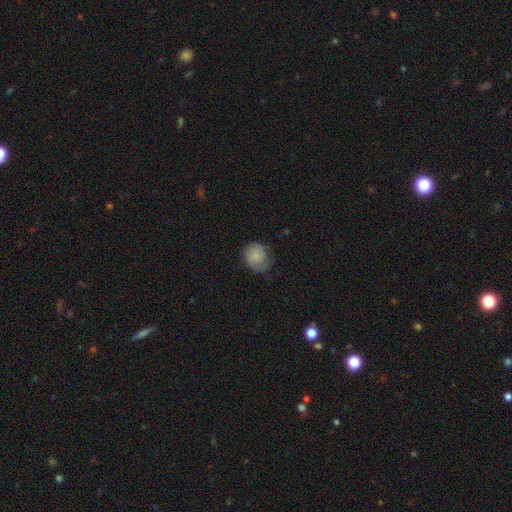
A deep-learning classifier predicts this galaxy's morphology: This appears to be a smooth galaxy with no disk features (76%) that is round (77%). Merging: none (60%).